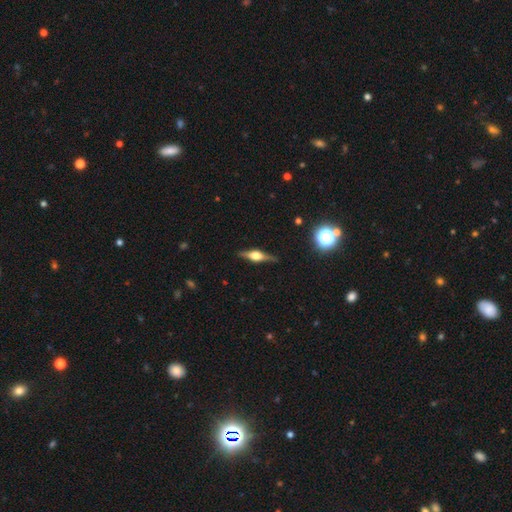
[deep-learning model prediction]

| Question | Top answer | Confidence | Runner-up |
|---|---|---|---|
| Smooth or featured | featured or disk | 73% | smooth (19%) |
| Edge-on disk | yes | 96% | no (4%) |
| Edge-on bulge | rounded | 90% | boxy (9%) |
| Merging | none | 87% | minor disturbance (10%) |